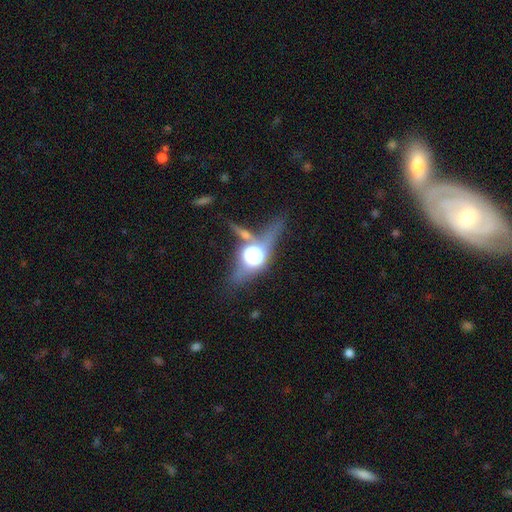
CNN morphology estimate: type=featured or disk (44%); merging=none (59%).